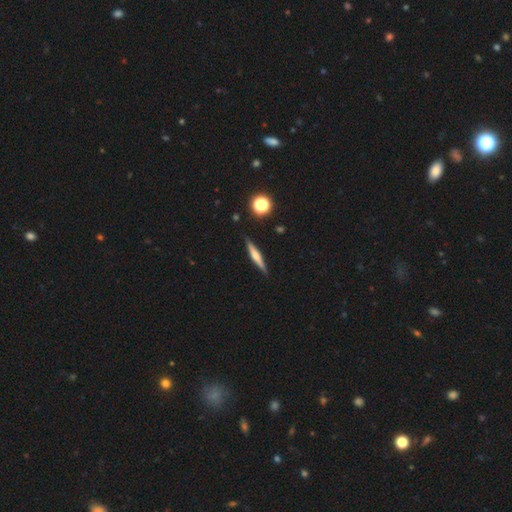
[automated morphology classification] smooth_or_featured: featured or disk (p=0.56) [alt: smooth p=0.36]
disk_edge_on: yes (p=0.97) [alt: no p=0.03]
edge_on_bulge: rounded (p=0.75) [alt: none p=0.16]
merging: none (p=0.89) [alt: minor disturbance p=0.08]